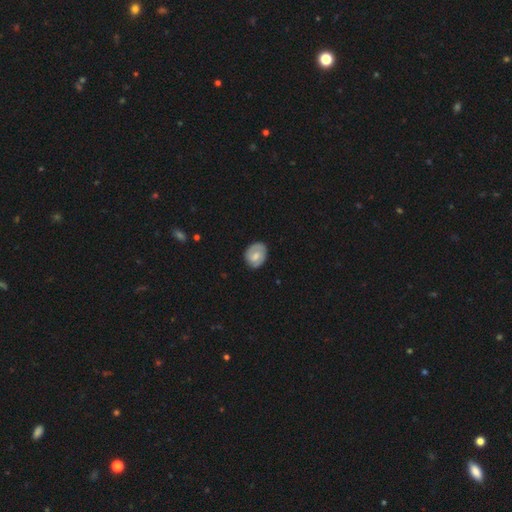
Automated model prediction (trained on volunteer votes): Overall: smooth (47%; featured or disk 46%). Merging: none (79%).